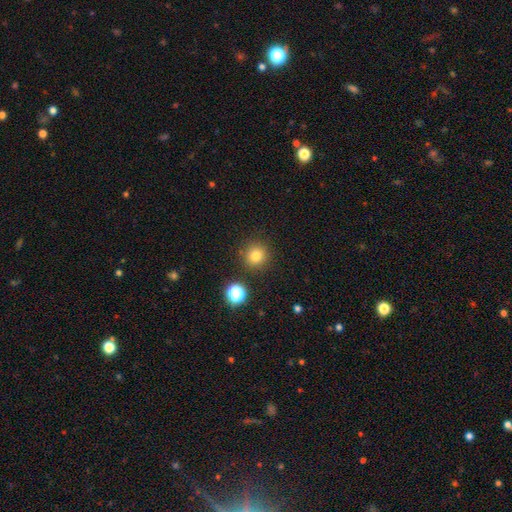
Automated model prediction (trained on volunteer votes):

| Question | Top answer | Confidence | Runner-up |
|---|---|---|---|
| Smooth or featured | smooth | 79% | star or artifact (15%) |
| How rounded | round | 94% | in between (6%) |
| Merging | none | 88% | minor disturbance (7%) |